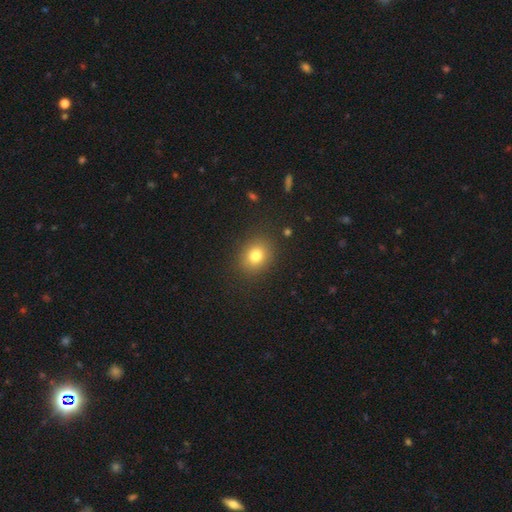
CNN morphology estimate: smooth 78%, star or artifact 13%, featured or disk 9%. Down the decision tree: how rounded — round (64%); merging — none (87%).